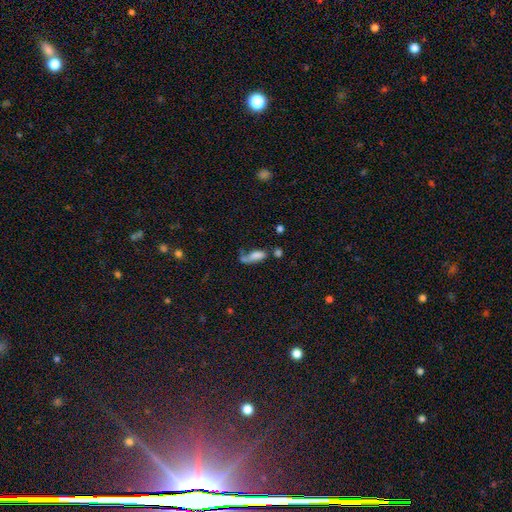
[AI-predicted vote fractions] The model was most divided on "merging": none: 31%, merger: 29%, major disturbance: 21%, minor disturbance: 18%. More confident: smooth or featured — smooth (70%); how rounded — in between (68%).